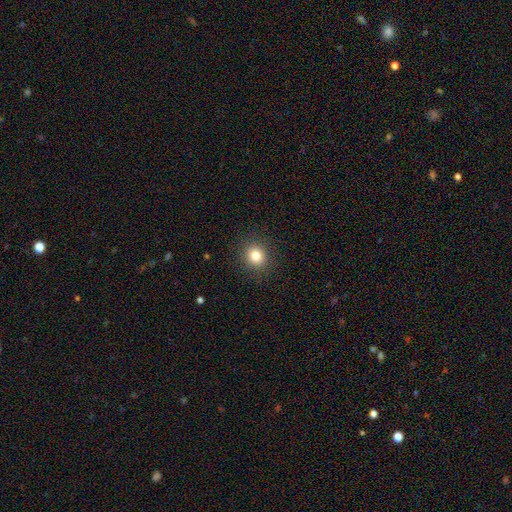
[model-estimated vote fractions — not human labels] smooth-or-featured: smooth: 82% | star or artifact: 12% | featured or disk: 6%
  how-rounded: round: 85% | in between: 14% | cigar-shaped: 1%
  merging: none: 91% | minor disturbance: 6% | major disturbance: 2% | merger: 1%